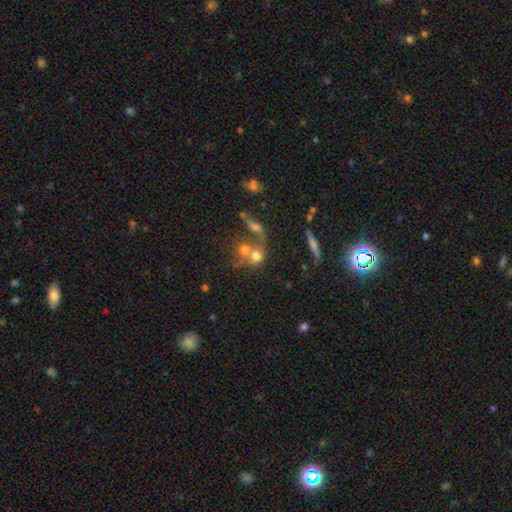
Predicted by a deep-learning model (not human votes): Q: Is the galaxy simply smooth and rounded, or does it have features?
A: smooth — 63%.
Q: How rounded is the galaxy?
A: round — 74%.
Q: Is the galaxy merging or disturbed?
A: merger — 57%.